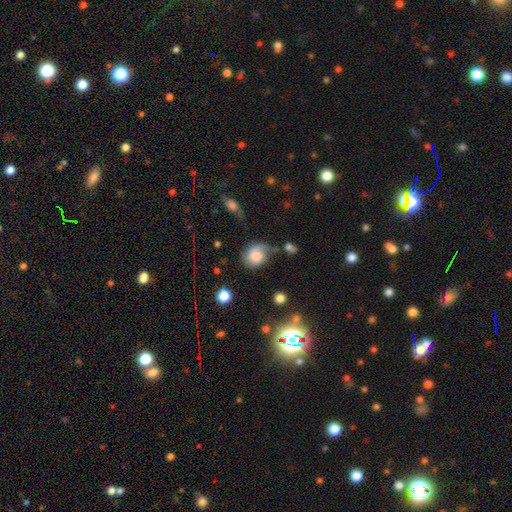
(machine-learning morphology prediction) Smooth or featured? Predicted: smooth (p=0.47). Merging? Predicted: none (p=0.42).